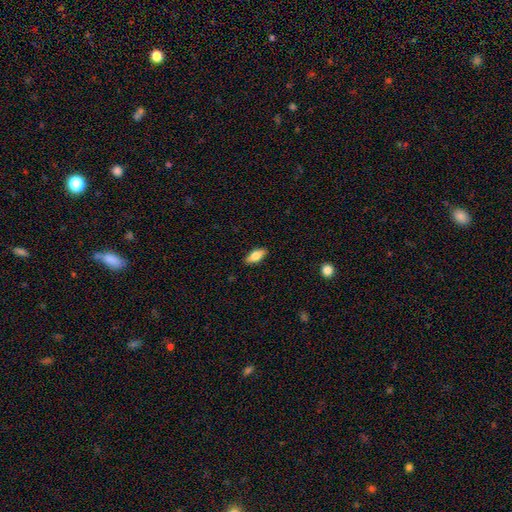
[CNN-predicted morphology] A smooth galaxy with no disk features (73%) that is in between round and cigar-shaped (81%). Merging: none (88%).